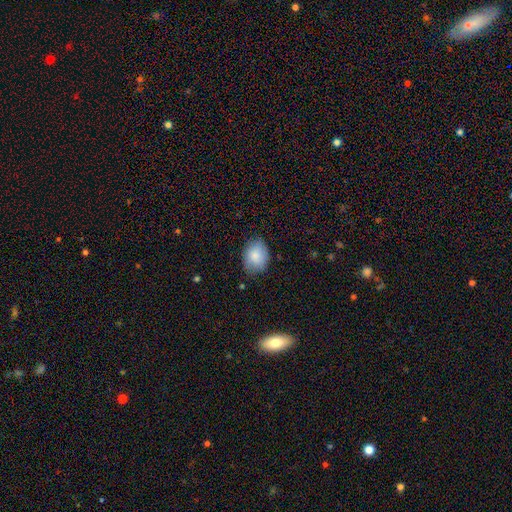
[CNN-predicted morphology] The model was most divided on "how rounded": in between: 62%, round: 37%, cigar-shaped: 1%. More confident: smooth or featured — smooth (85%); merging — none (75%).